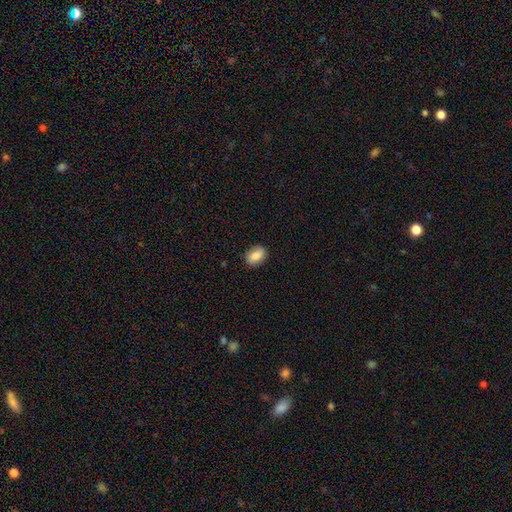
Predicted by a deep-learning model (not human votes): Q: Smooth or featured?
A: smooth (82%); runner-up: featured or disk (10%)
Q: How rounded?
A: in between (75%); runner-up: round (23%)
Q: Merging?
A: none (87%); runner-up: minor disturbance (10%)